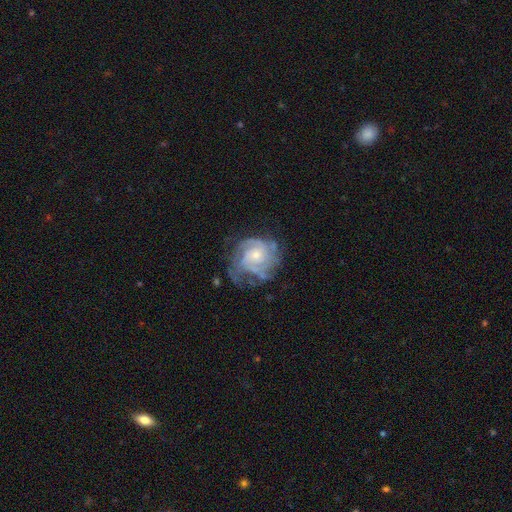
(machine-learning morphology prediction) Overall: featured or disk (83%). Edge-on disk: no (98%). Bar: no (75%). Spiral arms: yes (93%). Spiral arm count: can't tell (33%; 3 22%). Spiral winding: tight (63%; medium 29%). Bulge size: small (62%; moderate 32%). Merging: none (58%; minor disturbance 23%).